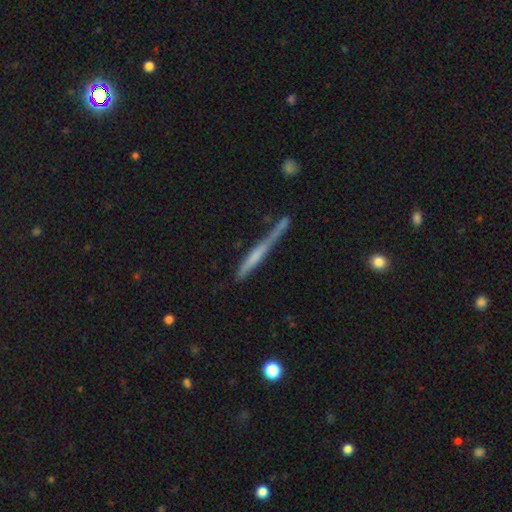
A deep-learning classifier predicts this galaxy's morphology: The model was most divided on "smooth or featured" (2-way tie): featured or disk: 46%, smooth: 46%, star or artifact: 8%. More confident: merging — none (54%).